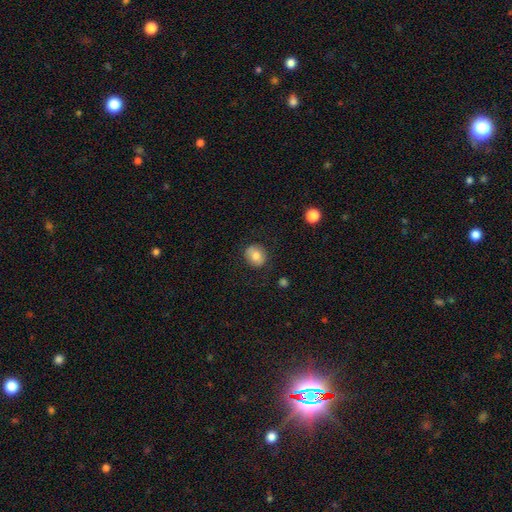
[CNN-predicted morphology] smooth-or-featured: smooth: 78% | featured or disk: 13% | star or artifact: 9%
  how-rounded: round: 72% | in between: 27% | cigar-shaped: 1%
  merging: none: 84% | minor disturbance: 11% | major disturbance: 3% | merger: 1%